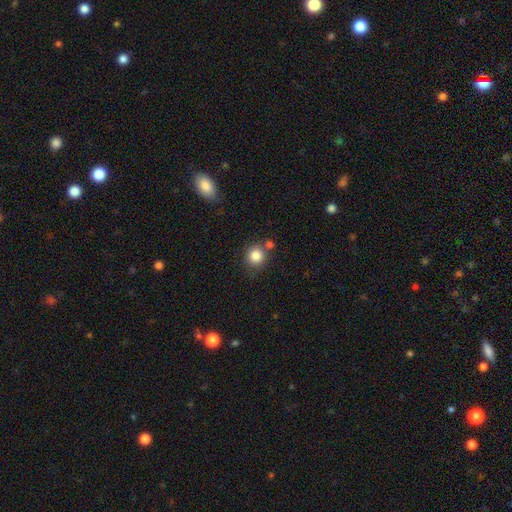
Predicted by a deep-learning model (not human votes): Smooth or featured: smooth — 85% (star or artifact — 10%)
How rounded: round — 87% (in between — 12%)
Merging: none — 70% (merger — 14%)